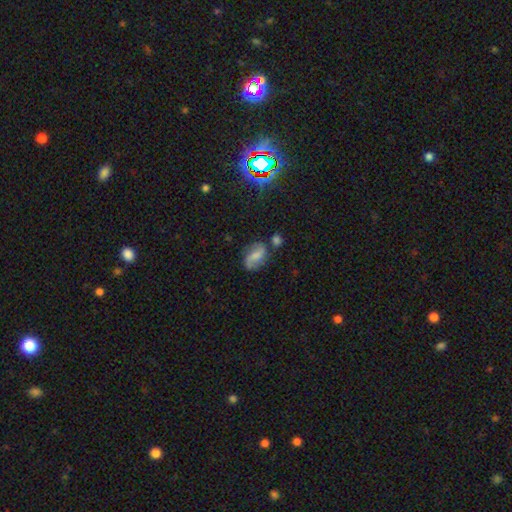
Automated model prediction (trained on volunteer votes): Smooth or featured? Predicted: featured or disk (p=0.58). Edge-on disk? Predicted: no (p=0.96). Bar? Predicted: weak (p=0.47). Spiral arms? Predicted: yes (p=0.89). Bulge size? Predicted: moderate (p=0.35, tied with small). Merging? Predicted: none (p=0.64).